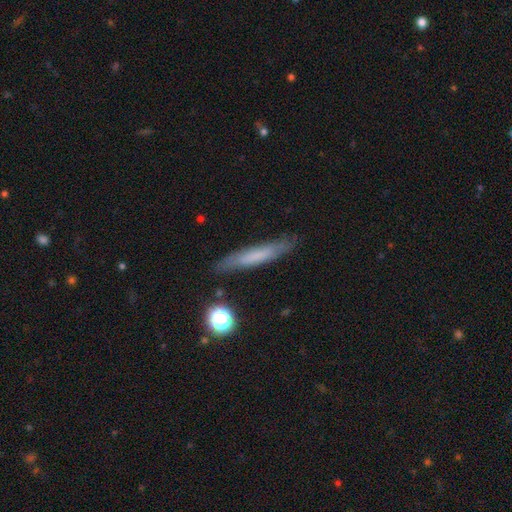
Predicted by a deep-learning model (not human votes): This appears to be a smooth galaxy with no disk features (56%) that is cigar-shaped (91%). Merging: none (83%).